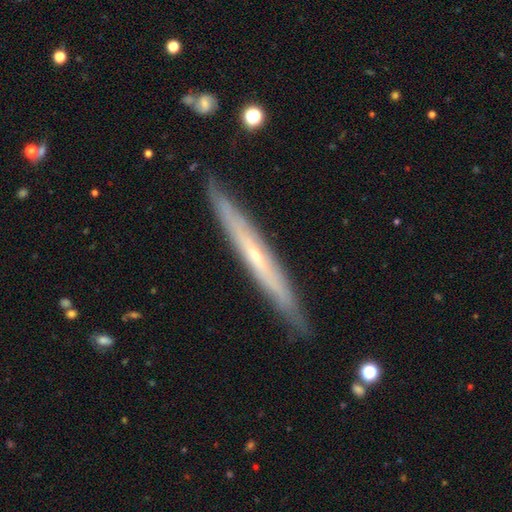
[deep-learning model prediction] Morphology: type=featured or disk (69%); edge-on=yes (91%); edge-on bulge=none (53%); merging=none (88%).